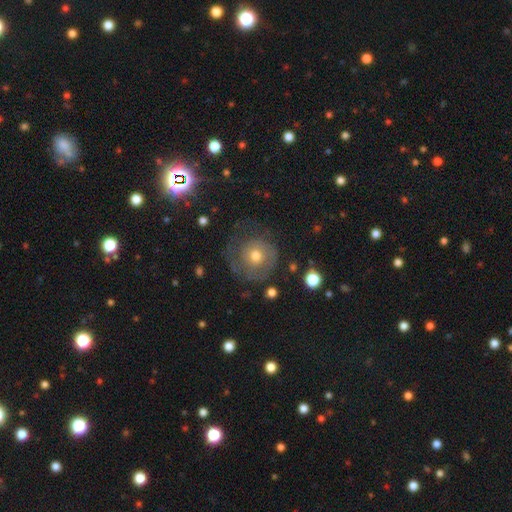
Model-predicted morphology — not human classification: smooth-or-featured: smooth: 46% | featured or disk: 44% | star or artifact: 10%
  merging: none: 57% | minor disturbance: 21% | major disturbance: 20% | merger: 2%